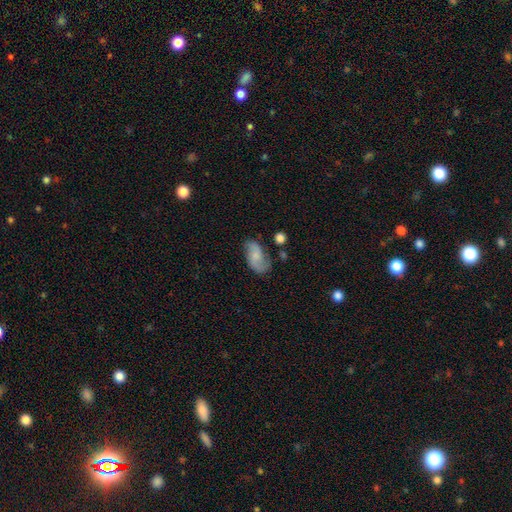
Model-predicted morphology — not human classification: The model was most divided on "smooth or featured": featured or disk: 50%, smooth: 42%, star or artifact: 8%. More confident: edge-on disk — no (96%); merging — none (63%).